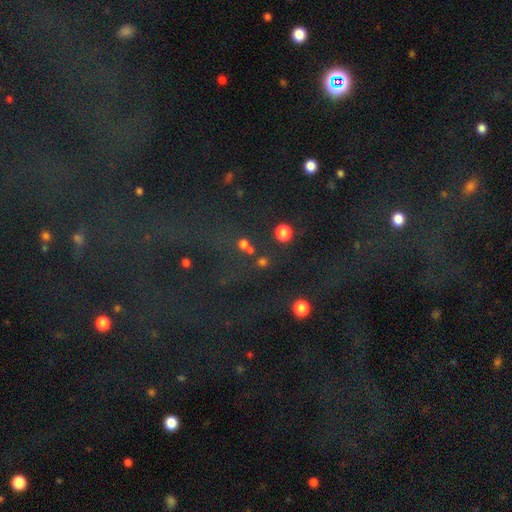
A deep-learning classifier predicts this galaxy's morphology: Smooth or featured? star or artifact (65%)